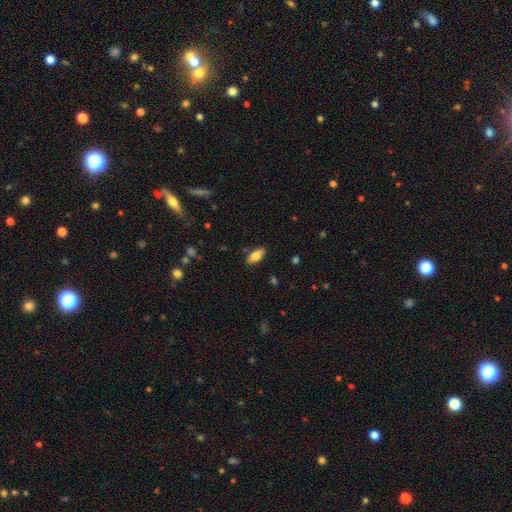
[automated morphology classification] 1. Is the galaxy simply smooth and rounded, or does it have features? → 78% smooth, 15% featured or disk, 7% star or artifact.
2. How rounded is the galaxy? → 87% in between, 10% cigar-shaped, 2% round.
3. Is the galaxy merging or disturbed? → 86% none, 10% minor disturbance, 2% major disturbance, 1% merger.